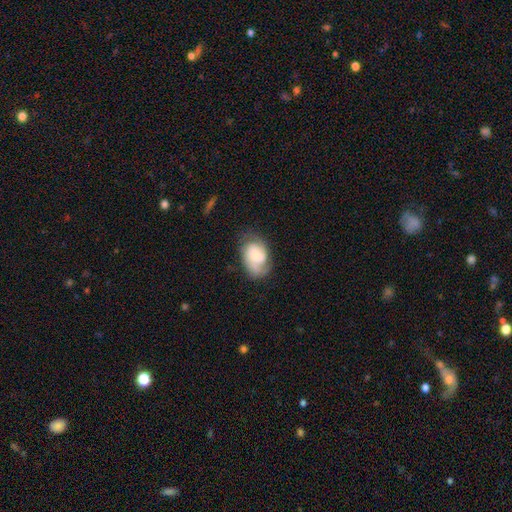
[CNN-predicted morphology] The model was most divided on "spiral winding": medium: 42%, tight: 41%, loose: 17%. Remaining: edge-on disk — no (97%); spiral arms — yes (92%); smooth or featured — featured or disk (64%); merging — none (62%); bar — no (61%); spiral arm count — 2 (52%); bulge size — small (41%).